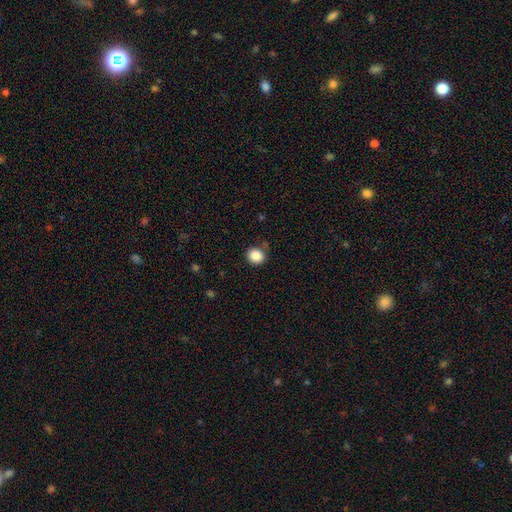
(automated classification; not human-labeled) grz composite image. It shows a smooth galaxy with no disk features (87%) that is round (77%). Merging: none (83%).